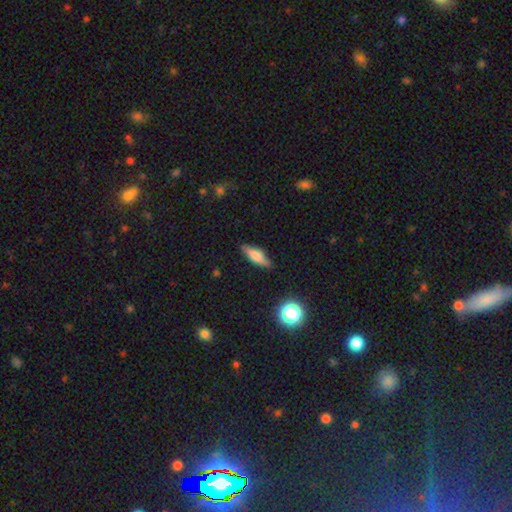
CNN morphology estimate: Smooth or featured: smooth — 53% (featured or disk — 38%)
How rounded: cigar-shaped — 53% (in between — 44%)
Merging: none — 84% (minor disturbance — 13%)